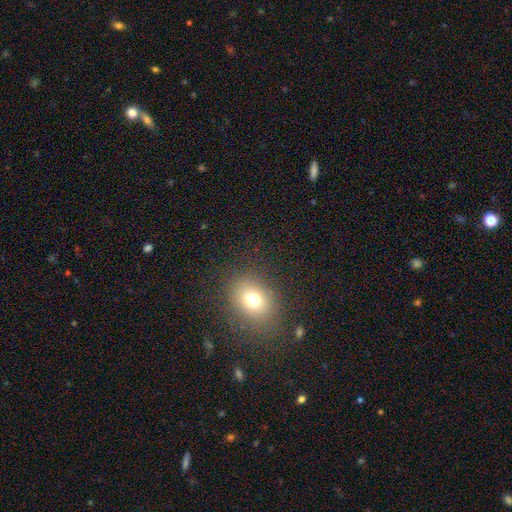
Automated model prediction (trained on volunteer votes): smooth 69%, star or artifact 23%, featured or disk 9%. Down the decision tree: how rounded — round (59%); merging — none (89%).